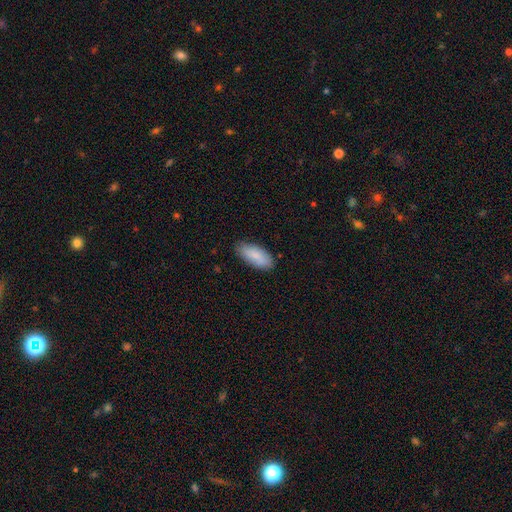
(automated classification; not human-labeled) A smooth galaxy with no disk features (84%) that is in between round and cigar-shaped (87%).

Vote fractions:
- Smooth or featured? smooth: 84% / featured or disk: 10% / star or artifact: 6%
- How rounded? in between: 87% / cigar-shaped: 11% / round: 2%
- Merging? none: 81% / minor disturbance: 15% / major disturbance: 3% / merger: 1%